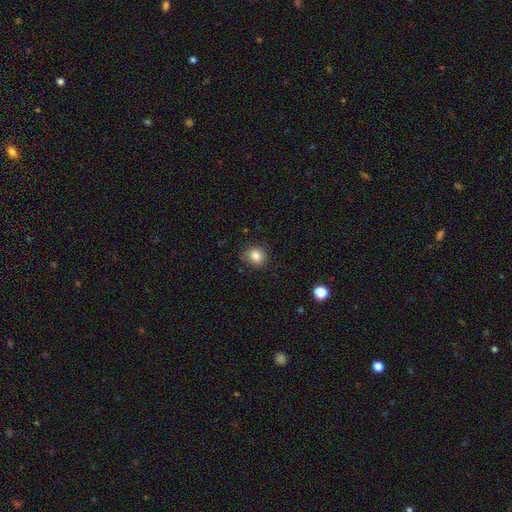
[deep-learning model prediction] Morphology: type=smooth (84%); roundness=round (83%); merging=none (85%).